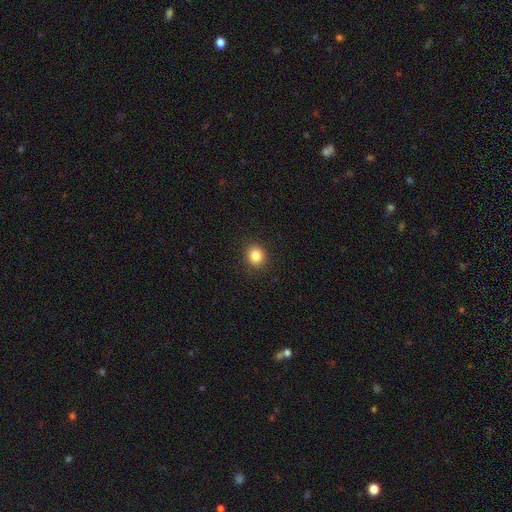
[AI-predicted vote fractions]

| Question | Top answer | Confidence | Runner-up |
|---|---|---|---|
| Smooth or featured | smooth | 85% | star or artifact (11%) |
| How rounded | round | 84% | in between (15%) |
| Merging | none | 90% | minor disturbance (7%) |